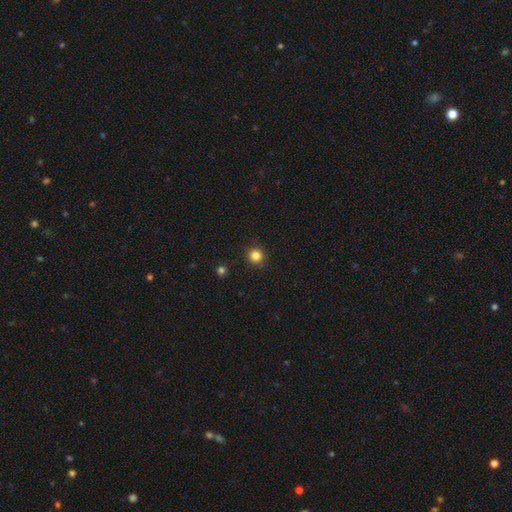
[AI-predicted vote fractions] Smooth or featured: smooth — 84% (star or artifact — 12%)
How rounded: round — 94% (in between — 5%)
Merging: none — 92% (minor disturbance — 5%)